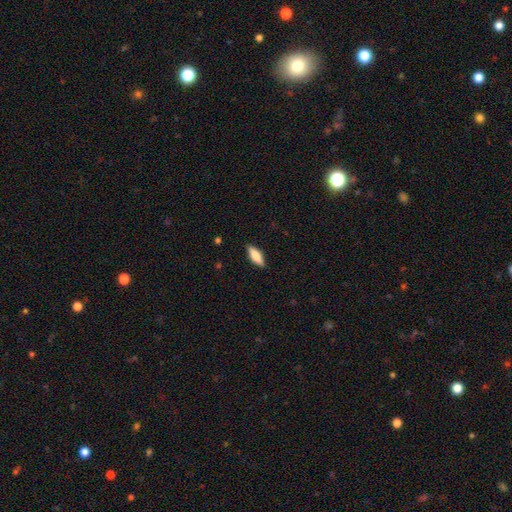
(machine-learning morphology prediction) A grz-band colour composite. It shows a smooth galaxy with no disk features (74%) that is in between round and cigar-shaped (60%). Merging: none (87%).